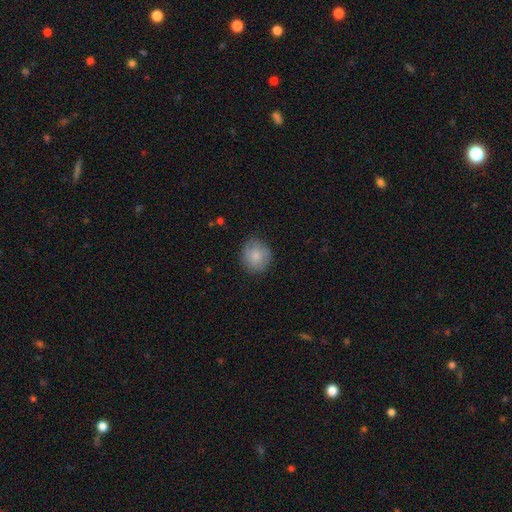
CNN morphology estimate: Overall: smooth (78%). How rounded: round (82%). Merging: none (81%).